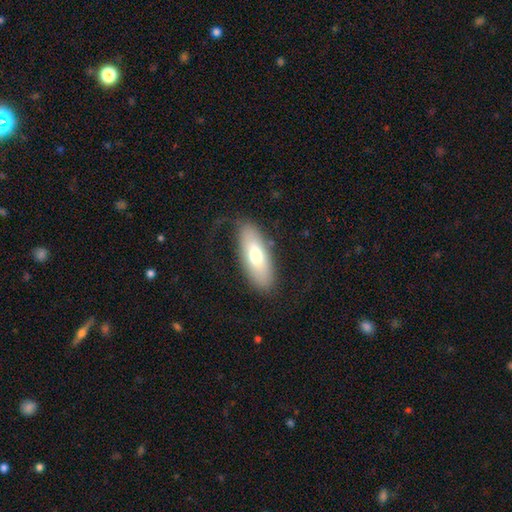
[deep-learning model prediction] A smooth galaxy with no disk features (69%) that is in between round and cigar-shaped (77%).

Vote fractions:
- Smooth or featured? smooth: 69% / featured or disk: 24% / star or artifact: 7%
- How rounded? in between: 77% / cigar-shaped: 20% / round: 2%
- Merging? none: 70% / minor disturbance: 19% / major disturbance: 9% / merger: 2%